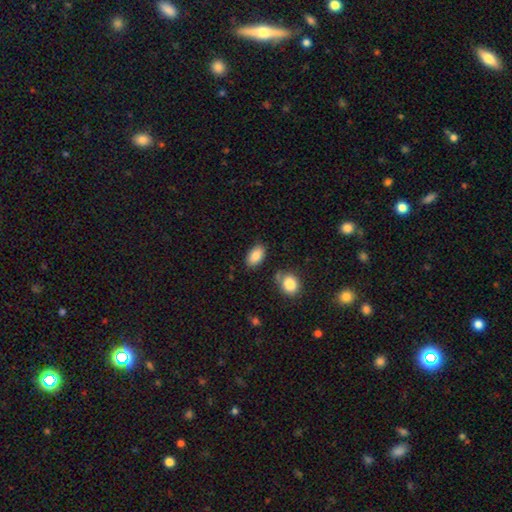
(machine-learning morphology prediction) smooth_or_featured: smooth (p=0.86) [alt: star or artifact p=0.07]
how_rounded: in between (p=0.92) [alt: round p=0.06]
merging: none (p=0.79) [alt: minor disturbance p=0.12]